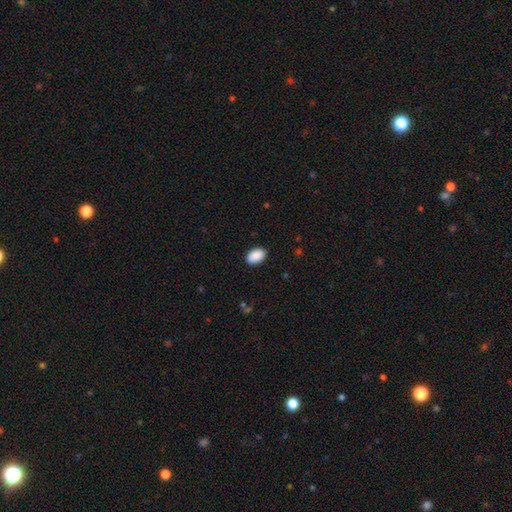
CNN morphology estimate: smooth-or-featured: smooth: 91% | star or artifact: 6% | featured or disk: 3%
  how-rounded: in between: 90% | round: 8% | cigar-shaped: 1%
  merging: none: 89% | minor disturbance: 9% | major disturbance: 2% | merger: 1%